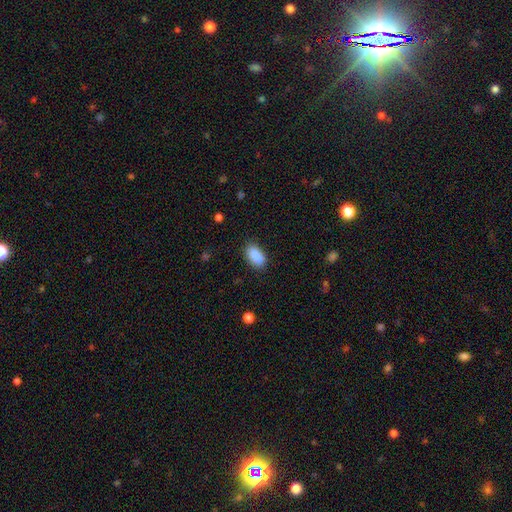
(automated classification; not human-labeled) Smooth or featured? smooth (90%)
How rounded? in between (93%)
Merging? none (85%)